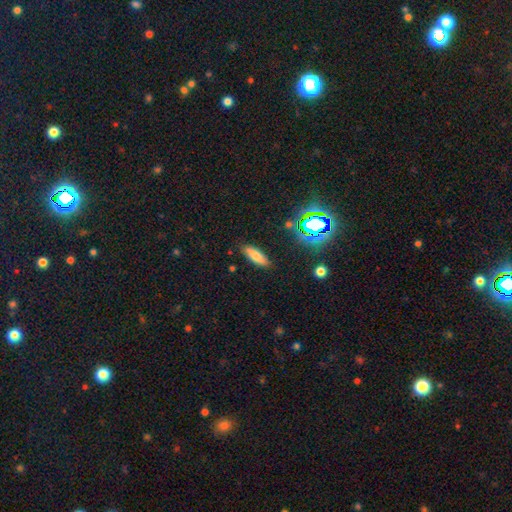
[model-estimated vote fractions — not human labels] Smooth or featured? smooth (71%)
How rounded? in between (57%)
Merging? none (87%)